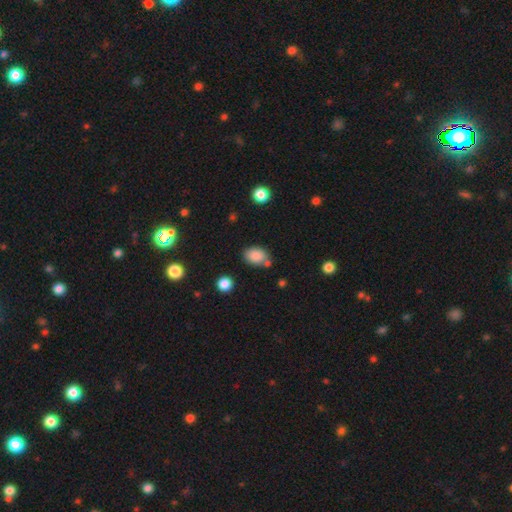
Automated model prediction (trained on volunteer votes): smooth_or_featured: smooth (p=0.85) [alt: star or artifact p=0.09]
how_rounded: in between (p=0.79) [alt: round p=0.20]
merging: none (p=0.64) [alt: minor disturbance p=0.17]